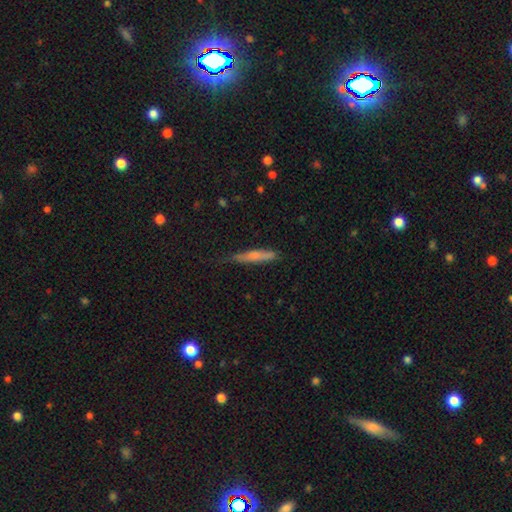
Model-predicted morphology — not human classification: smooth-or-featured: smooth: 67% | featured or disk: 26% | star or artifact: 7%
  how-rounded: cigar-shaped: 91% | in between: 8% | round: 2%
  merging: none: 66% | minor disturbance: 27% | major disturbance: 5% | merger: 2%